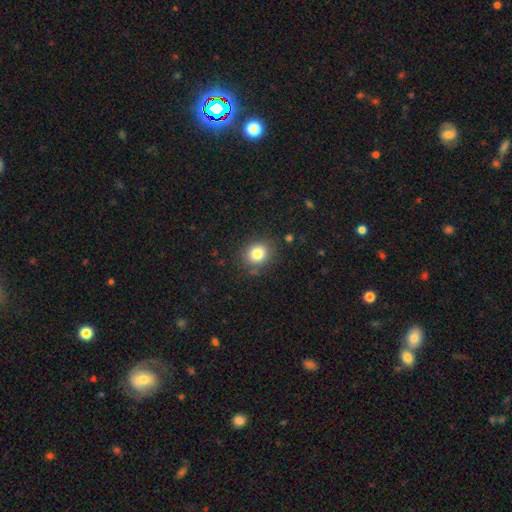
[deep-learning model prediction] Smooth or featured: smooth — 64% (star or artifact — 28%)
How rounded: round — 88% (in between — 11%)
Merging: none — 89% (minor disturbance — 6%)